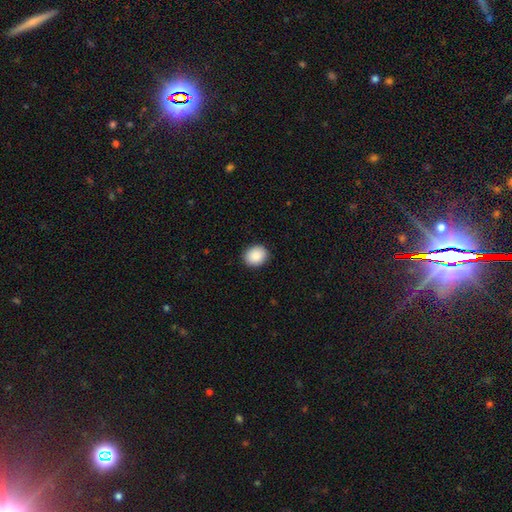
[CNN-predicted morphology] A smooth galaxy with no disk features (90%) that is round (64%). Merging: none (90%).